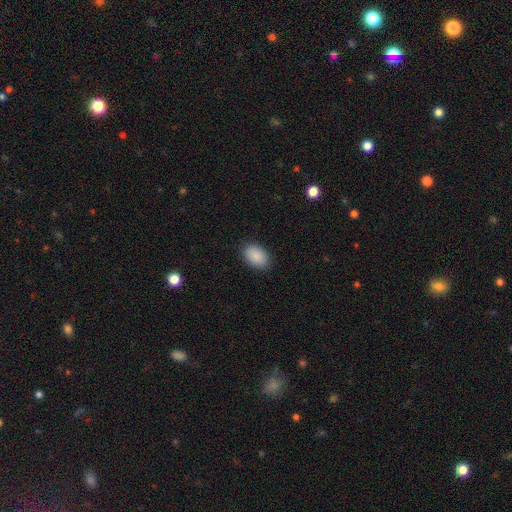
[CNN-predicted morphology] A smooth galaxy with no disk features (89%) that is in between round and cigar-shaped (89%). Merging: none (88%).